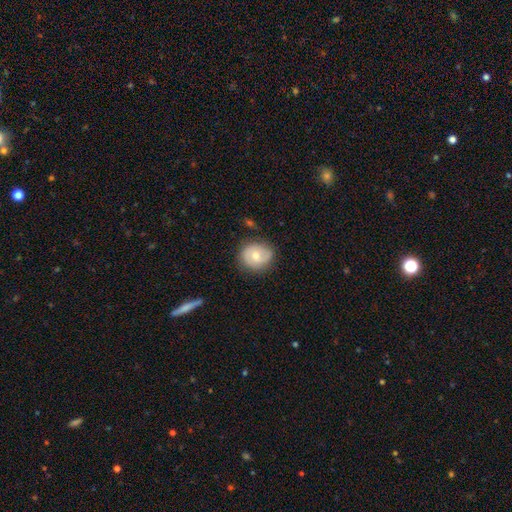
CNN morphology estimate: Smooth or featured: smooth — 56% (featured or disk — 36%)
How rounded: round — 72% (in between — 27%)
Merging: none — 77% (minor disturbance — 17%)